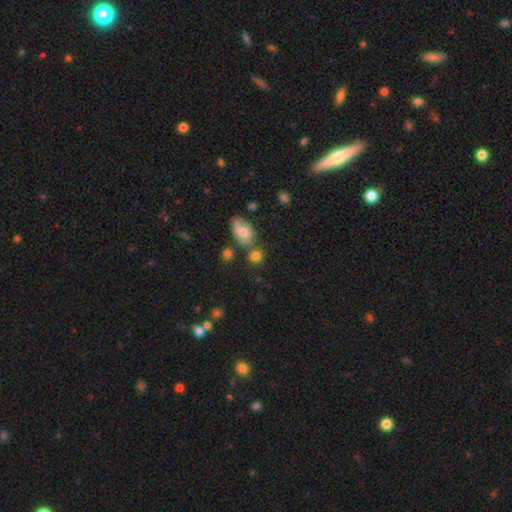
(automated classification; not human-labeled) Q: Smooth or featured?
A: smooth (80%); runner-up: star or artifact (10%)
Q: How rounded?
A: round (74%); runner-up: in between (24%)
Q: Merging?
A: none (64%); runner-up: merger (20%)